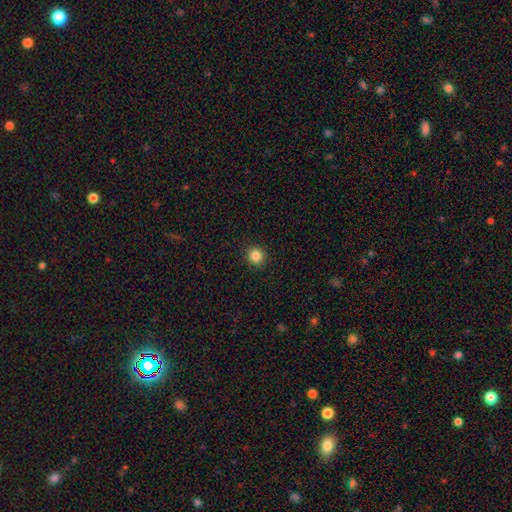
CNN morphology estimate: smooth-or-featured: smooth: 85% | star or artifact: 11% | featured or disk: 4%
  how-rounded: round: 92% | in between: 7% | cigar-shaped: 1%
  merging: none: 92% | minor disturbance: 5% | major disturbance: 2% | merger: 1%